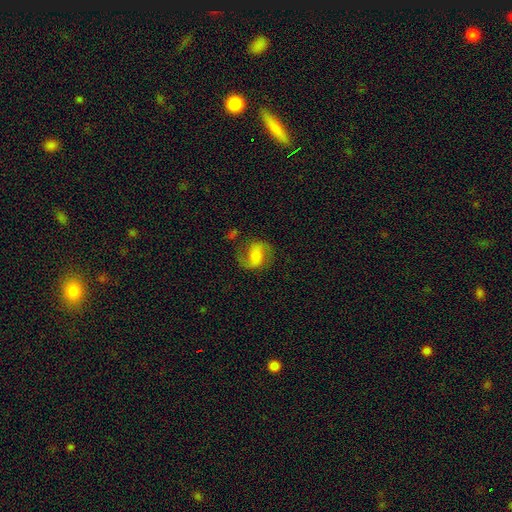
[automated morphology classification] smooth_or_featured: featured or disk (p=0.69) [alt: smooth p=0.23]
disk_edge_on: no (p=0.98) [alt: yes p=0.02]
bar: weak (p=0.43) [alt: no p=0.36]
has_spiral_arms: yes (p=0.94) [alt: no p=0.06]
spiral_winding: medium (p=0.49) [alt: loose p=0.37]
spiral_arm_count: 2 (p=0.91) [alt: can't tell p=0.03]
bulge_size: moderate (p=0.37) [alt: small p=0.29]
merging: none (p=0.70) [alt: minor disturbance p=0.16]